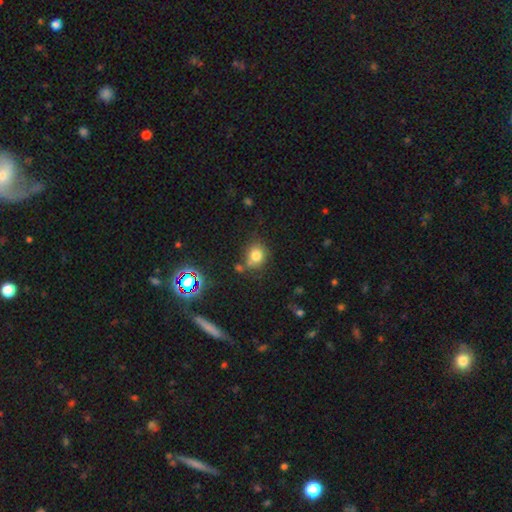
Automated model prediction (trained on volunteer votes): smooth-or-featured: smooth: 77% | star or artifact: 15% | featured or disk: 9%
  how-rounded: round: 69% | in between: 30% | cigar-shaped: 1%
  merging: none: 64% | minor disturbance: 17% | merger: 13% | major disturbance: 6%